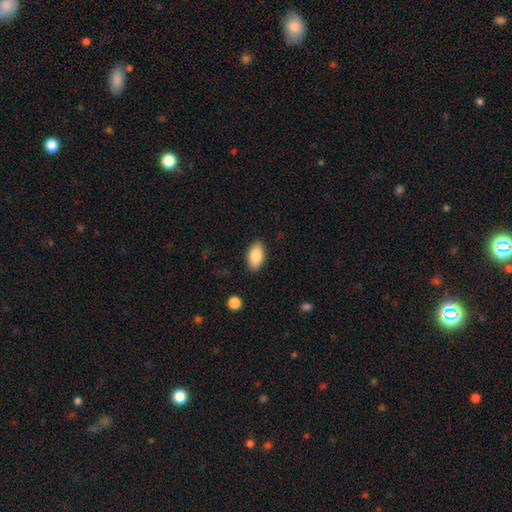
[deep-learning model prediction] The model was most divided on "smooth or featured": smooth: 85%, featured or disk: 8%, star or artifact: 7%. More confident: how rounded — in between (93%); merging — none (87%).